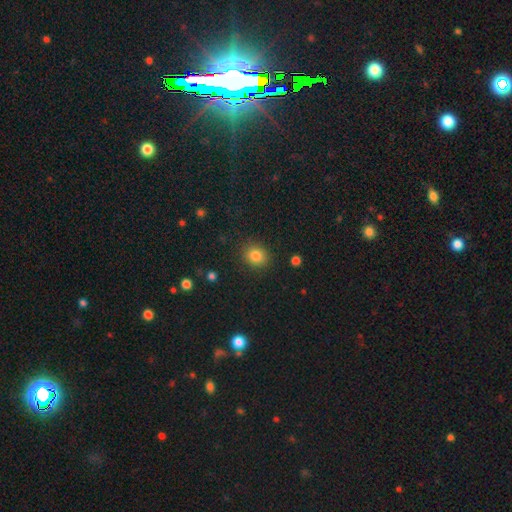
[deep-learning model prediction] This is clearly a smooth galaxy (83%). How rounded: likely round (75%). Merging: clearly none (88%).